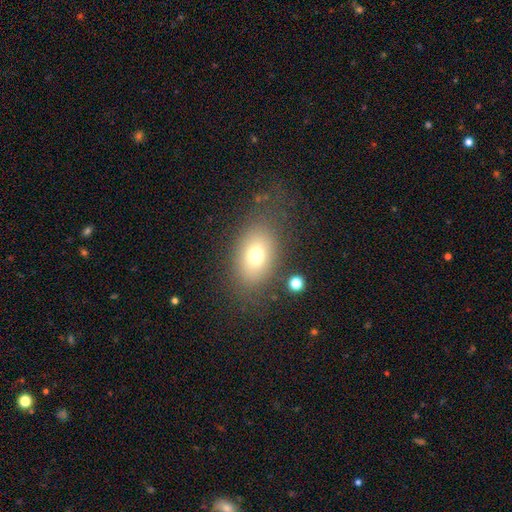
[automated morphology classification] This is likely a smooth galaxy (73%). How rounded: clearly in between (80%). Merging: likely none (74%).